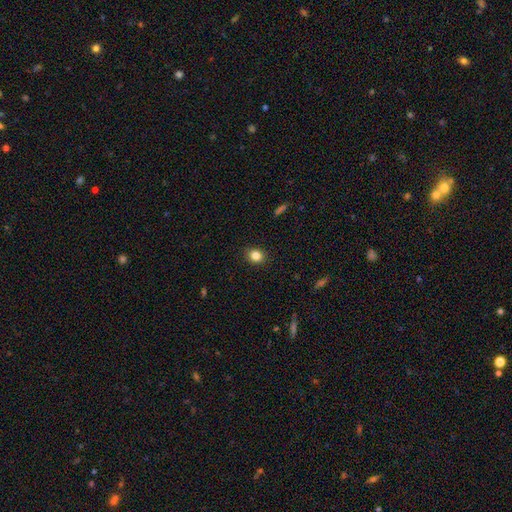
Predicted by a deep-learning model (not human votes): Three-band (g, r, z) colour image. It shows a smooth galaxy with no disk features (83%) that is round (66%). Merging: none (89%).